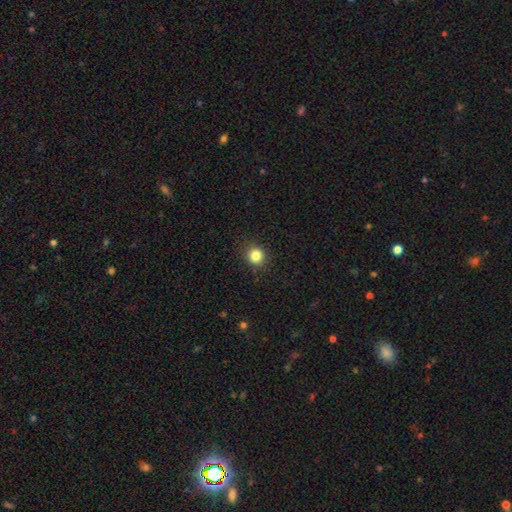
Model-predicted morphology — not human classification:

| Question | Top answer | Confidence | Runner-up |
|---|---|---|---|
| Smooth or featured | smooth | 84% | star or artifact (12%) |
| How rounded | round | 88% | in between (11%) |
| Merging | none | 90% | minor disturbance (7%) |